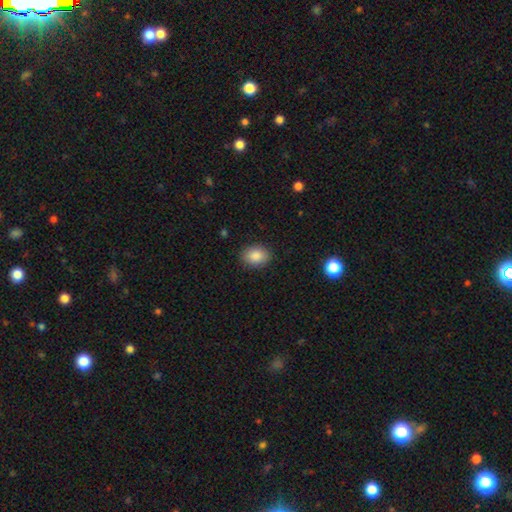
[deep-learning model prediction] Overall: smooth (87%). How rounded: in between (64%; round 35%). Merging: none (88%).